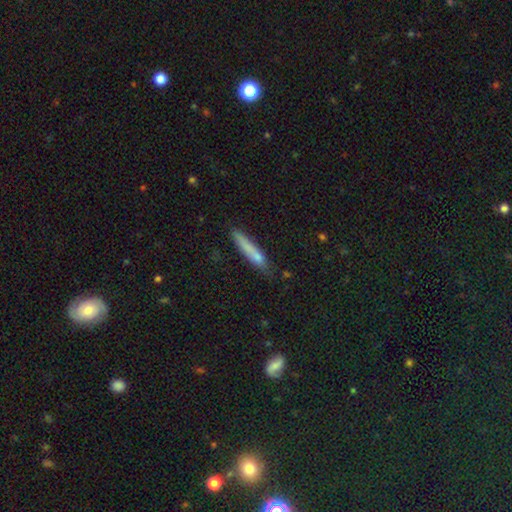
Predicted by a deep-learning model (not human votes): Q: Smooth or featured?
A: smooth (46%); runner-up: featured or disk (33%)
Q: Merging?
A: none (84%); runner-up: minor disturbance (10%)